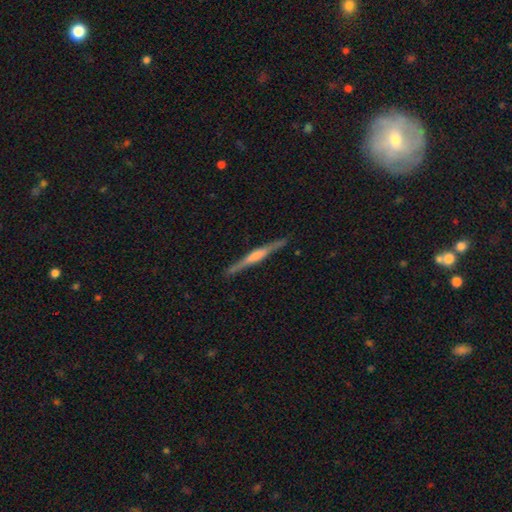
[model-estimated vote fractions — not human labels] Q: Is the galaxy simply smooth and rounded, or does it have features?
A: featured or disk — 80%.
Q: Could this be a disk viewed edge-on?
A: yes — 98%.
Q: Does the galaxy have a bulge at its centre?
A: rounded — 71%.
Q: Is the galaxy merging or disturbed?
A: none — 91%.